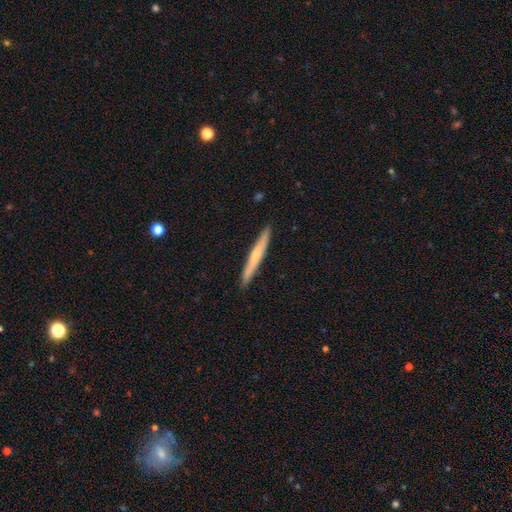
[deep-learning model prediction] smooth 50%, featured or disk 45%, star or artifact 5%. Down the decision tree: merging — none (91%).